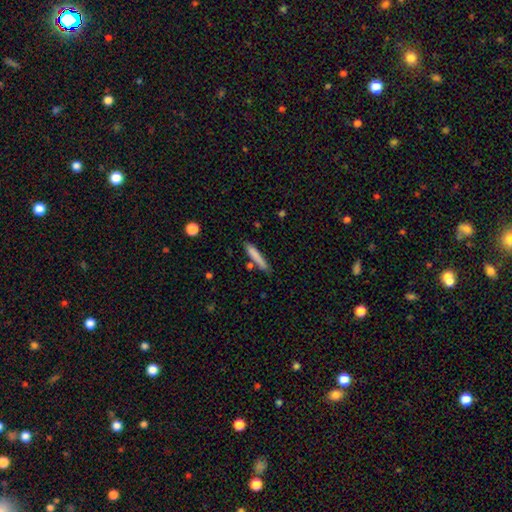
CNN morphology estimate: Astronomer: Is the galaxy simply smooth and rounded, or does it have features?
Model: smooth — 79%.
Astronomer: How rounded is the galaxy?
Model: cigar-shaped — 91%.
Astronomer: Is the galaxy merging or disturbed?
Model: none — 79%.